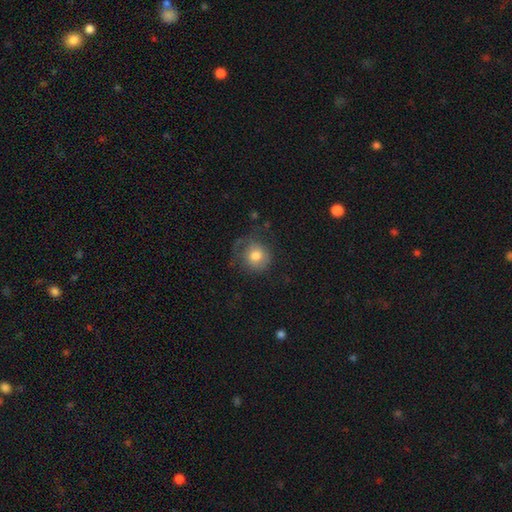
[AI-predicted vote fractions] A smooth galaxy with no disk features (71%) that is round (84%). Merging: none (53%).